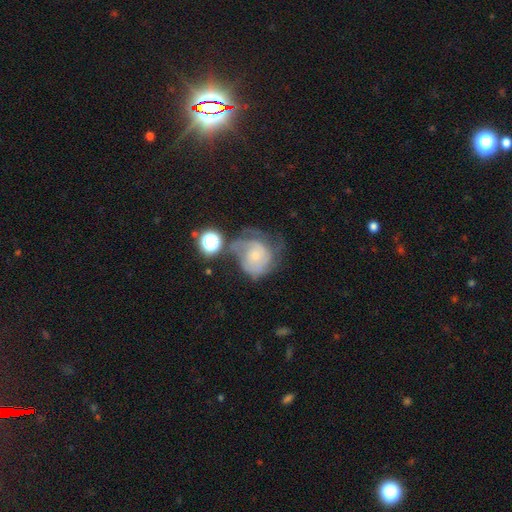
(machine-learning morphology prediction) Smooth or featured: featured or disk — 64% (smooth — 25%)
Edge-on disk: no — 98% (yes — 2%)
Bar: no — 79% (weak — 19%)
Spiral arms: yes — 82% (no — 18%)
Spiral winding: tight — 47% (medium — 36%)
Spiral arm count: can't tell — 40% (2 — 24%)
Bulge size: small — 68% (moderate — 22%)
Merging: none — 33% (tied with major disturbance — 33%)